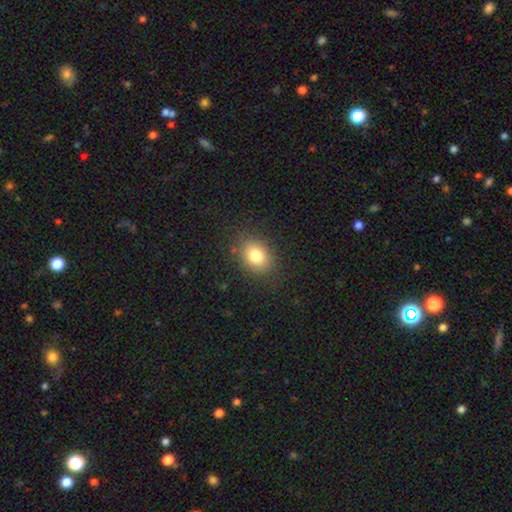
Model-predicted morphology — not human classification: smooth_or_featured: smooth (p=0.80) [alt: star or artifact p=0.11]
how_rounded: in between (p=0.59) [alt: round p=0.40]
merging: none (p=0.84) [alt: minor disturbance p=0.11]